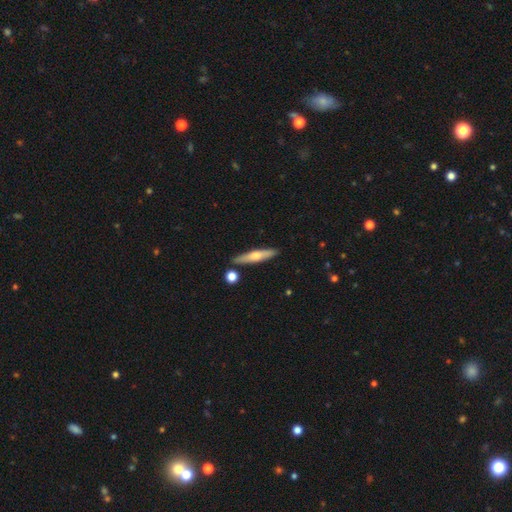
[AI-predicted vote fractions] Q: Smooth or featured?
A: smooth (49%); runner-up: featured or disk (46%)
Q: Merging?
A: none (86%); runner-up: minor disturbance (8%)